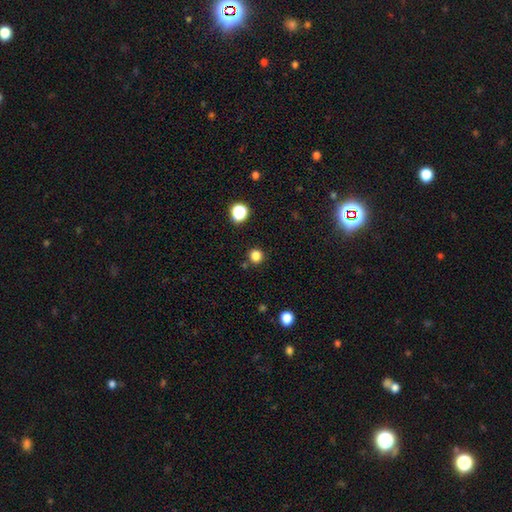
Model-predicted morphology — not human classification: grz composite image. It shows a smooth galaxy with no disk features (82%) that is round (92%). Merging: none (86%).